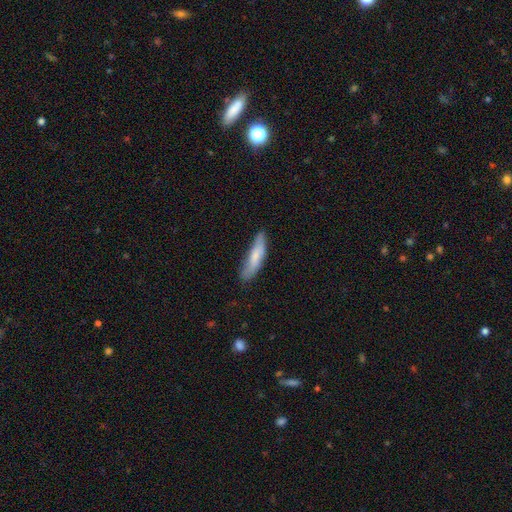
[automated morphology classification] Q: Smooth or featured?
A: smooth (73%); runner-up: featured or disk (21%)
Q: How rounded?
A: cigar-shaped (71%); runner-up: in between (28%)
Q: Merging?
A: none (71%); runner-up: minor disturbance (23%)